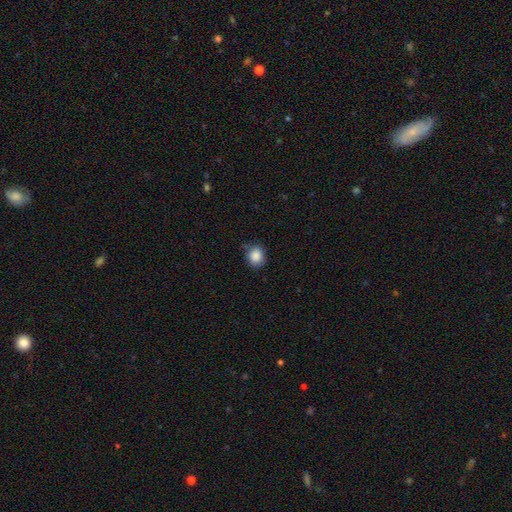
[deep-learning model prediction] Morphology: type=smooth (87%); roundness=round (70%); merging=none (77%).